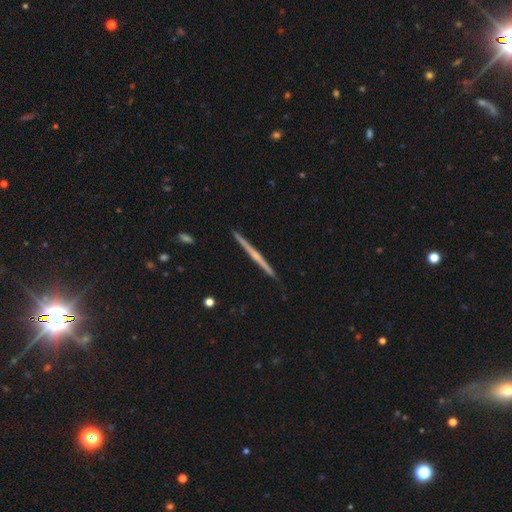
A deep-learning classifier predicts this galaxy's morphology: smooth-or-featured: featured or disk: 70% | smooth: 25% | star or artifact: 5%
  disk-edge-on: yes: 98% | no: 2%
    edge-on-bulge: none: 56% | rounded: 38% | boxy: 6%
  merging: none: 92% | minor disturbance: 6% | merger: 1% | major disturbance: 1%